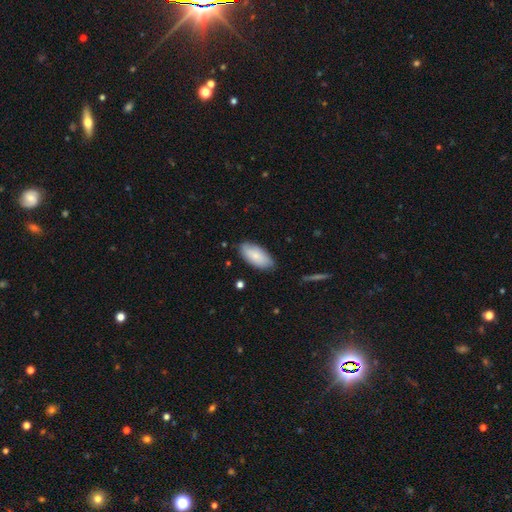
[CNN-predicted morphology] smooth-or-featured: smooth: 77% | featured or disk: 17% | star or artifact: 6%
  how-rounded: in between: 92% | cigar-shaped: 6% | round: 2%
  merging: none: 80% | minor disturbance: 16% | major disturbance: 3% | merger: 1%